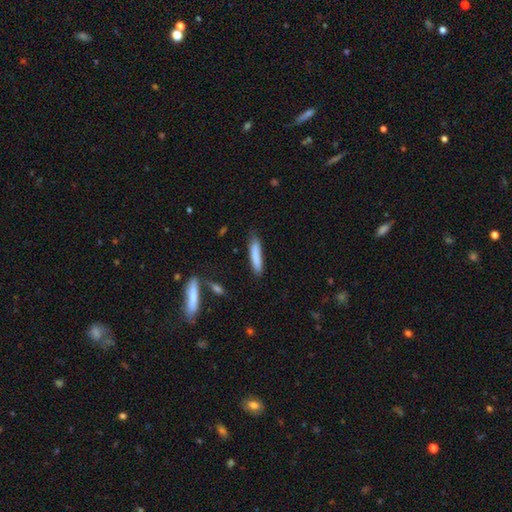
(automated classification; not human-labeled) Smooth or featured: smooth — 82% (featured or disk — 12%)
How rounded: cigar-shaped — 85% (in between — 14%)
Merging: none — 75% (minor disturbance — 19%)